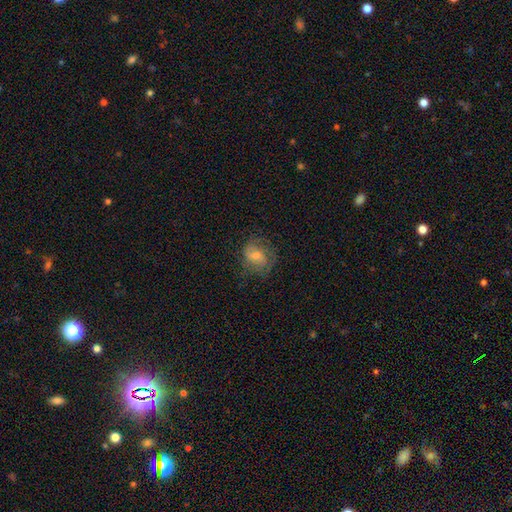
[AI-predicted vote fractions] smooth_or_featured: featured or disk (p=0.50) [alt: smooth p=0.39]
merging: none (p=0.65) [alt: minor disturbance p=0.21]